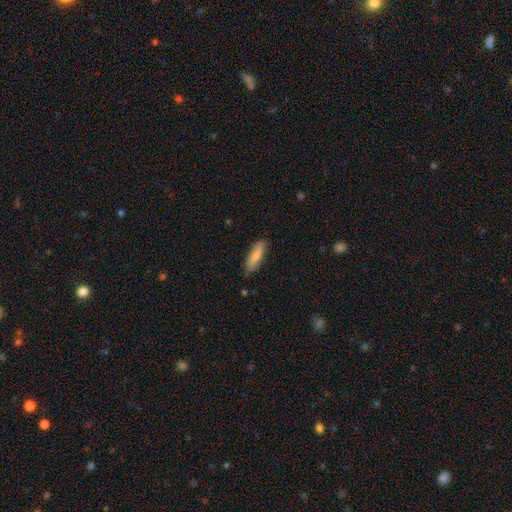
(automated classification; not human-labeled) Smooth or featured? Predicted: smooth (p=0.77). How rounded? Predicted: cigar-shaped (p=0.53). Merging? Predicted: none (p=0.80).